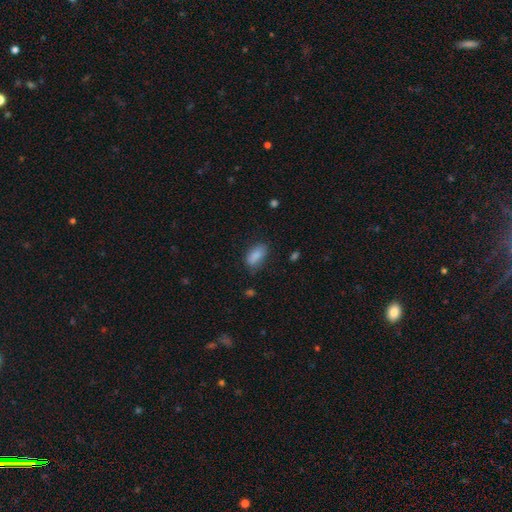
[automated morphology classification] smooth-or-featured: smooth: 86% | star or artifact: 8% | featured or disk: 6%
  how-rounded: in between: 89% | cigar-shaped: 6% | round: 4%
  merging: none: 70% | minor disturbance: 22% | major disturbance: 6% | merger: 2%